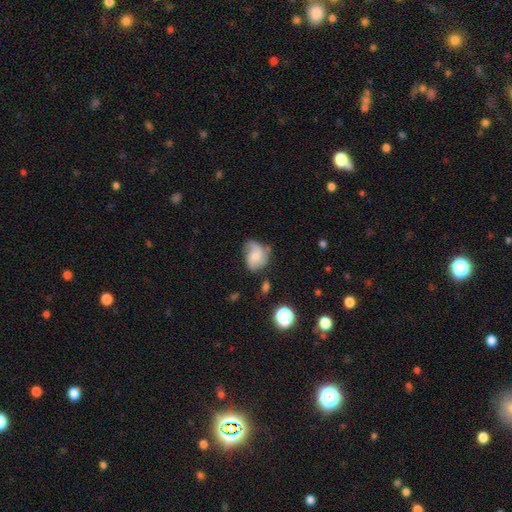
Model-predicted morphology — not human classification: Q: Smooth or featured?
A: featured or disk (53%); runner-up: smooth (38%)
Q: Edge-on disk?
A: no (97%); runner-up: yes (3%)
Q: Bar?
A: no (68%); runner-up: weak (28%)
Q: Spiral arms?
A: yes (87%); runner-up: no (13%)
Q: Bulge size?
A: small (42%); runner-up: moderate (37%)
Q: Merging?
A: none (48%); runner-up: minor disturbance (30%)